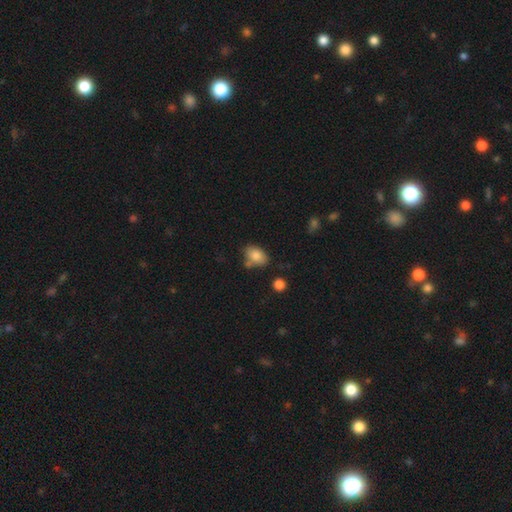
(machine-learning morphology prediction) This appears to be a smooth galaxy with no disk features (83%) that is in between round and cigar-shaped (84%). Merging: none (64%).